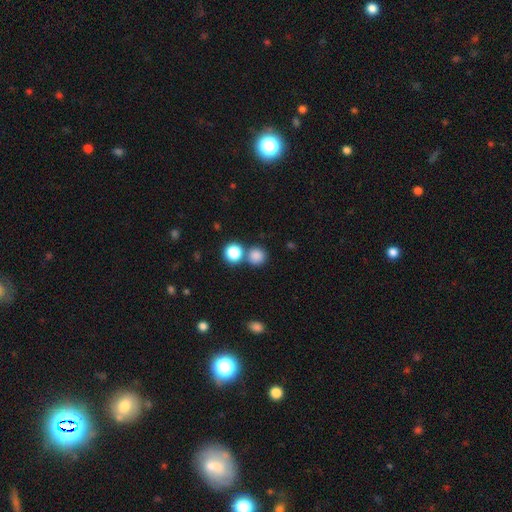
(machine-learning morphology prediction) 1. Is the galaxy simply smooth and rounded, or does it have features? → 83% smooth, 12% star or artifact, 5% featured or disk.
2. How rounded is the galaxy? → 91% round, 8% in between, 1% cigar-shaped.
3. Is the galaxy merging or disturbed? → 66% none, 23% merger, 8% minor disturbance, 3% major disturbance.